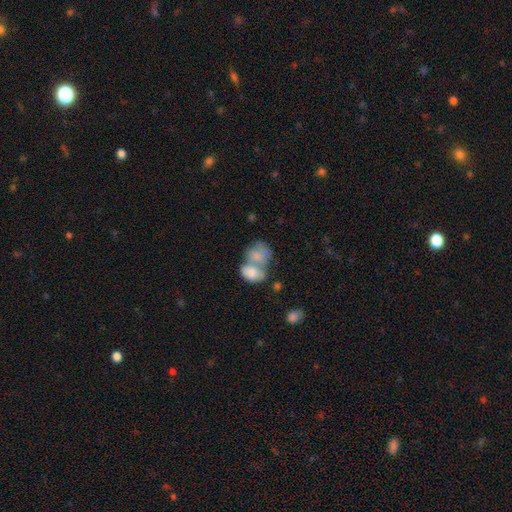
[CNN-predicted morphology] A smooth galaxy with no disk features (68%) that is in between round and cigar-shaped (68%). Merging: merger (67%).